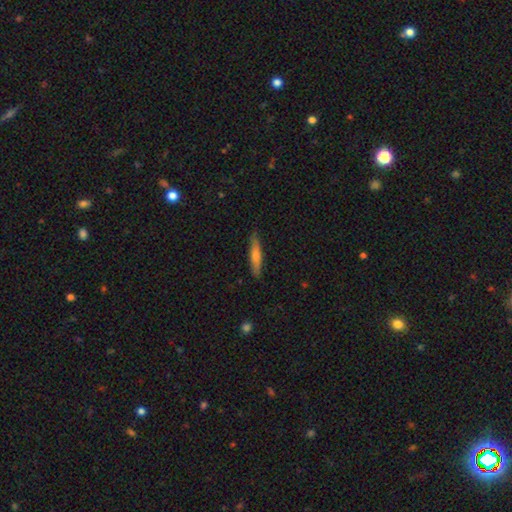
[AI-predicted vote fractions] A smooth galaxy with no disk features (53%) that is cigar-shaped (90%). Merging: none (88%).